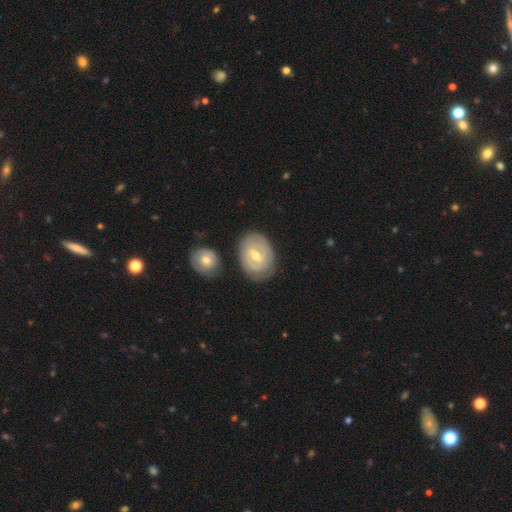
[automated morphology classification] Smooth or featured? Predicted: featured or disk (p=0.72). Edge-on disk? Predicted: no (p=0.95). Bar? Predicted: weak (p=0.53). Spiral arms? Predicted: yes (p=0.74). Spiral winding? Predicted: tight (p=0.74). Spiral arm count? Predicted: can't tell (p=0.43). Bulge size? Predicted: moderate (p=0.65). Merging? Predicted: none (p=0.75).